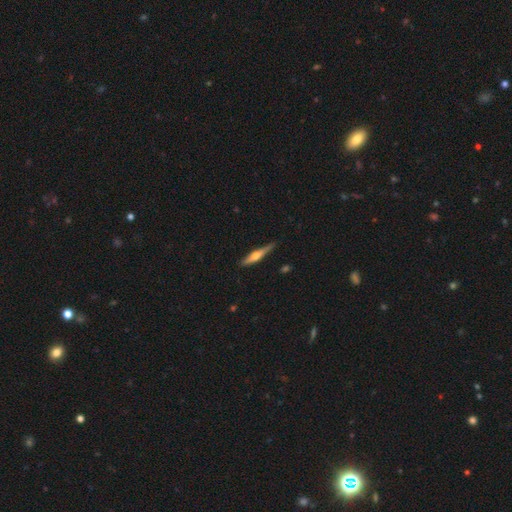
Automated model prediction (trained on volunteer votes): Morphology: type=featured or disk (64%); edge-on=yes (97%); edge-on bulge=rounded (93%); merging=none (85%).